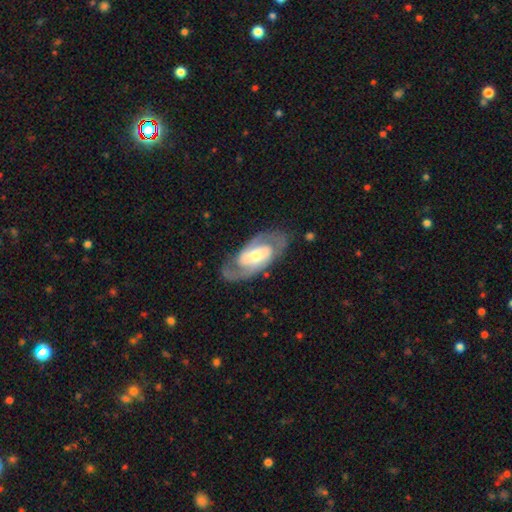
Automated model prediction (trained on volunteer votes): smooth_or_featured: featured or disk (p=0.84) [alt: smooth p=0.11]
disk_edge_on: no (p=0.95) [alt: yes p=0.05]
bar: weak (p=0.38) [alt: strong p=0.31]
has_spiral_arms: yes (p=0.93) [alt: no p=0.07]
spiral_winding: medium (p=0.50) [alt: tight p=0.34]
spiral_arm_count: 2 (p=0.88) [alt: can't tell p=0.06]
bulge_size: moderate (p=0.56) [alt: small p=0.31]
merging: none (p=0.78) [alt: minor disturbance p=0.14]